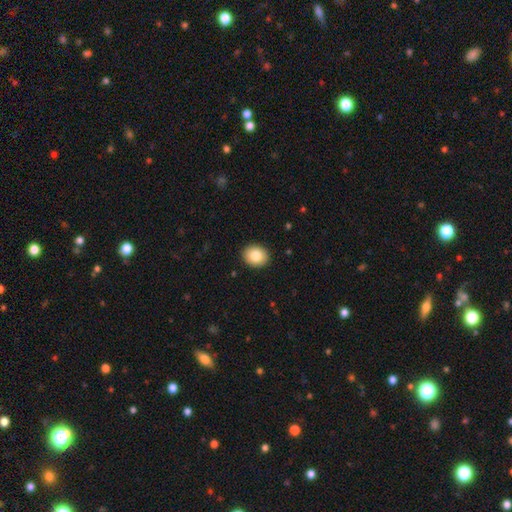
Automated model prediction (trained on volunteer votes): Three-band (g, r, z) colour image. It shows a smooth galaxy with no disk features (83%) that is round (55%). Merging: none (91%).